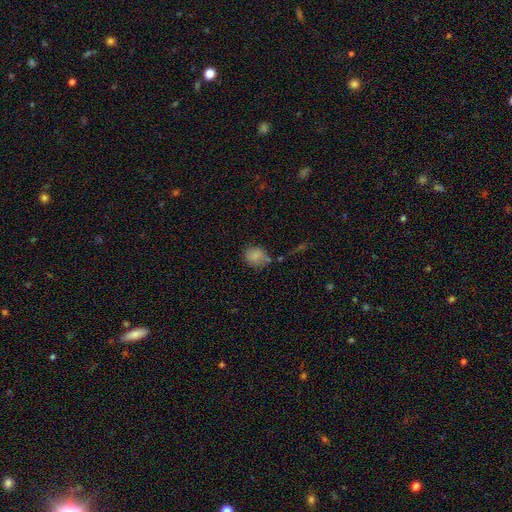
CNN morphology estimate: Overall: smooth (80%). How rounded: round (68%; in between 31%). Merging: none (57%; minor disturbance 25%).